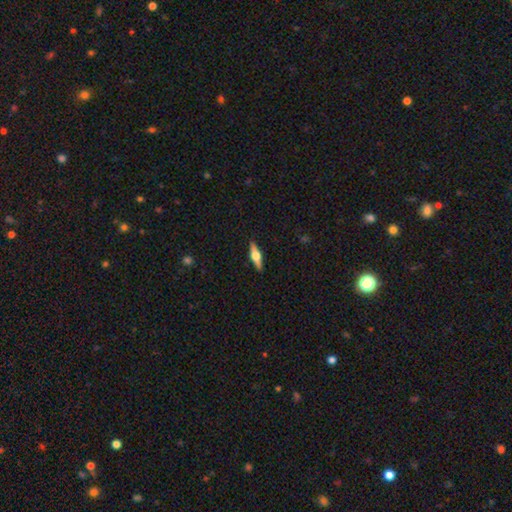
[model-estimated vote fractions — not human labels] A featured or disk galaxy (67%) viewed edge-on (97%) with a rounded central bulge (95%). Merging: none (90%).